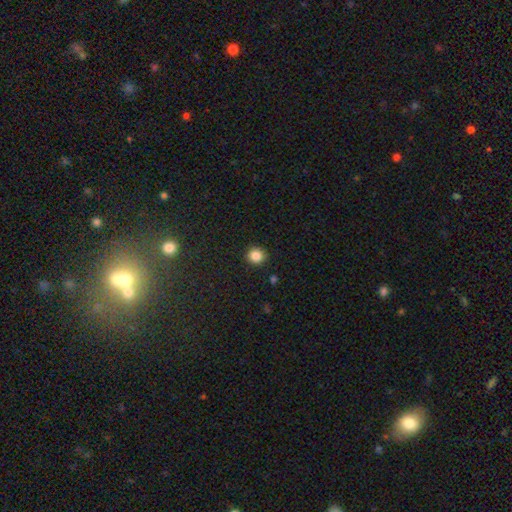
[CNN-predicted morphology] A smooth galaxy with no disk features (85%) that is round (92%).

Vote fractions:
- Smooth or featured? smooth: 85% / star or artifact: 11% / featured or disk: 4%
- How rounded? round: 92% / in between: 7% / cigar-shaped: 1%
- Merging? none: 91% / minor disturbance: 6% / major disturbance: 2% / merger: 1%